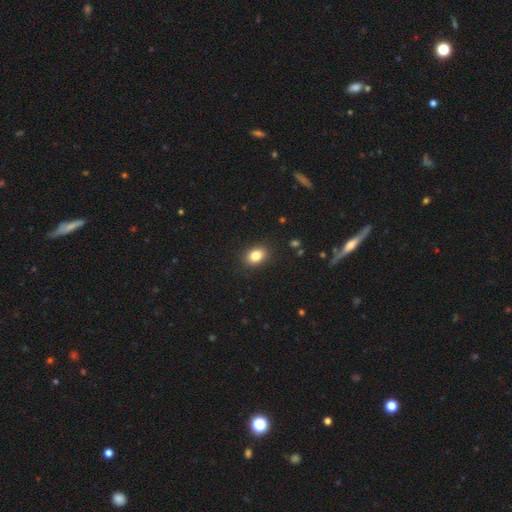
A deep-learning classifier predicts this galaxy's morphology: A smooth galaxy with no disk features (84%) that is in between round and cigar-shaped (67%). Merging: none (88%).